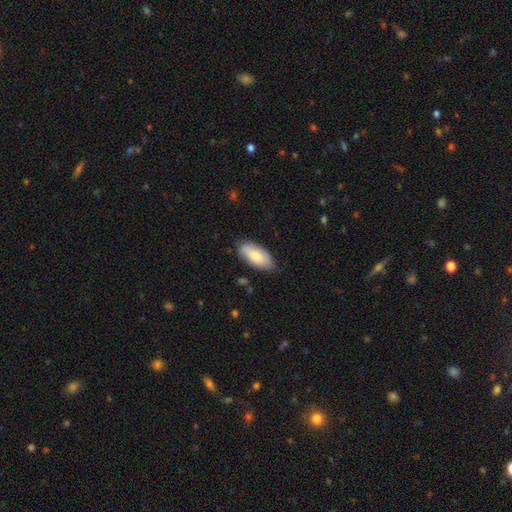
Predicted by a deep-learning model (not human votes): Smooth or featured?
  - smooth: 76% *
  - featured or disk: 18%
  - star or artifact: 6%
How rounded?
  - in between: 91% *
  - cigar-shaped: 7%
  - round: 2%
Merging?
  - none: 75% *
  - minor disturbance: 21%
  - major disturbance: 3%
  - merger: 1%